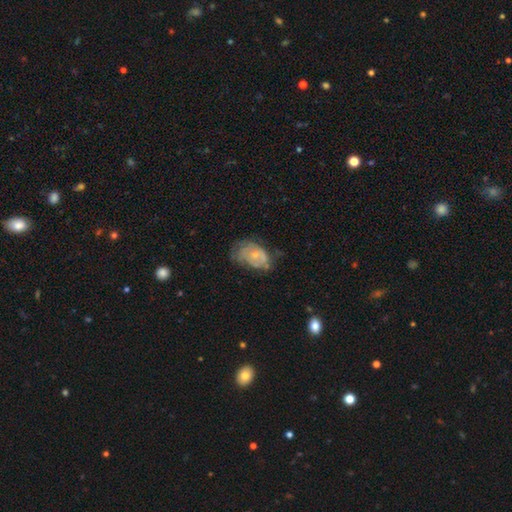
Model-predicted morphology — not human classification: The model was most divided on "merging": none: 36%, minor disturbance: 35%, major disturbance: 27%, merger: 3%. Remaining: smooth or featured — featured or disk (48%).